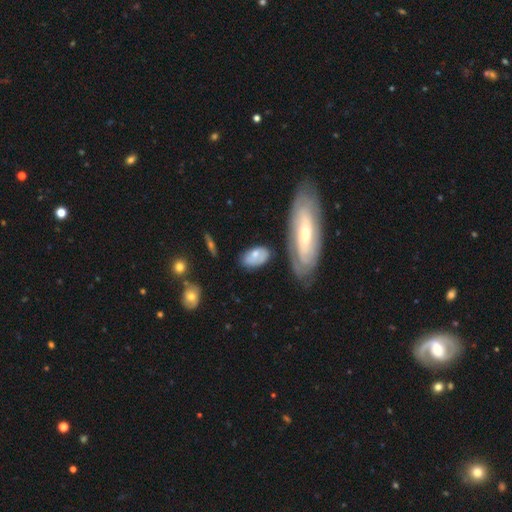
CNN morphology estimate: Smooth or featured? Predicted: smooth (p=0.61). How rounded? Predicted: in between (p=0.88). Merging? Predicted: none (p=0.65).